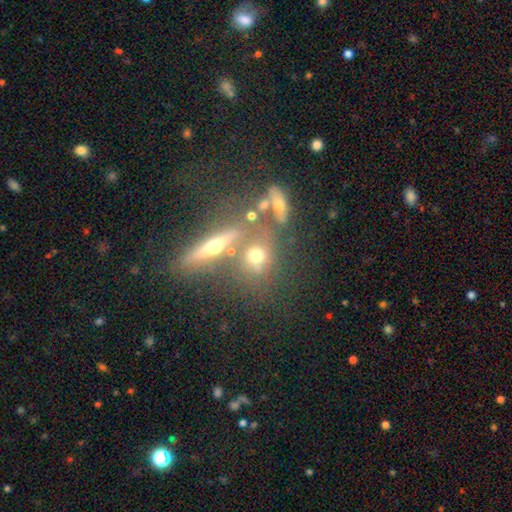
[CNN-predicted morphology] Q: Smooth or featured?
A: smooth (53%); runner-up: featured or disk (30%)
Q: How rounded?
A: round (58%); runner-up: in between (32%)
Q: Merging?
A: none (48%); runner-up: merger (33%)